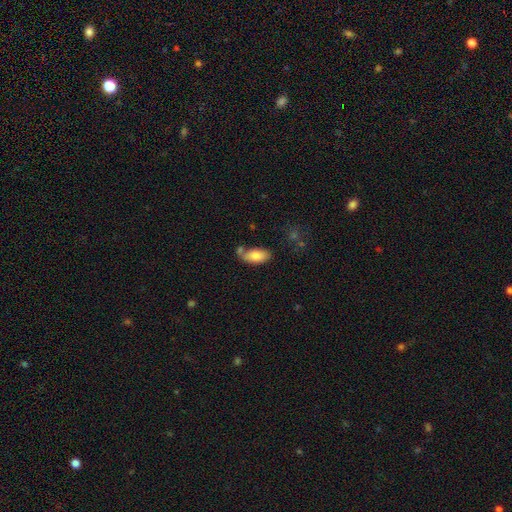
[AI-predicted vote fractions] Q: Smooth or featured?
A: smooth (82%); runner-up: featured or disk (11%)
Q: How rounded?
A: in between (91%); runner-up: cigar-shaped (6%)
Q: Merging?
A: none (58%); runner-up: minor disturbance (19%)